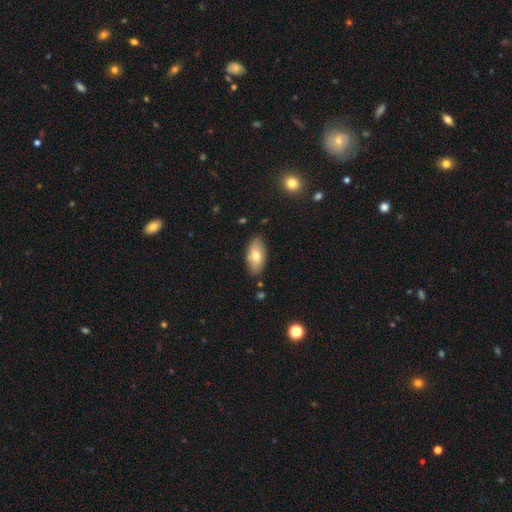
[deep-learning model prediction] The model was most divided on "smooth or featured": smooth: 71%, featured or disk: 22%, star or artifact: 7%. More confident: how rounded — in between (92%); merging — none (83%).